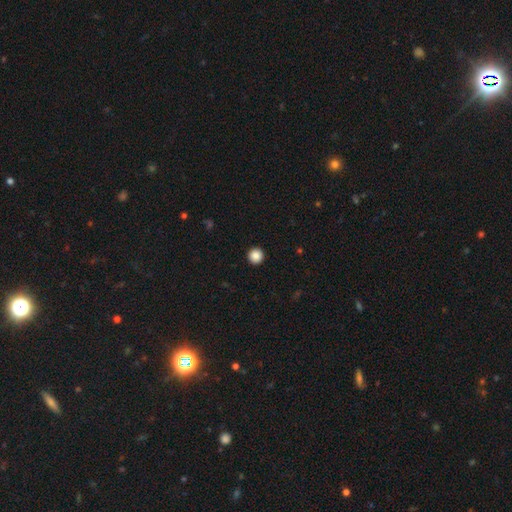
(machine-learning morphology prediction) smooth-or-featured: smooth: 88% | star or artifact: 9% | featured or disk: 3%
  how-rounded: round: 96% | in between: 3% | cigar-shaped: 1%
  merging: none: 94% | minor disturbance: 4% | major disturbance: 1% | merger: 1%